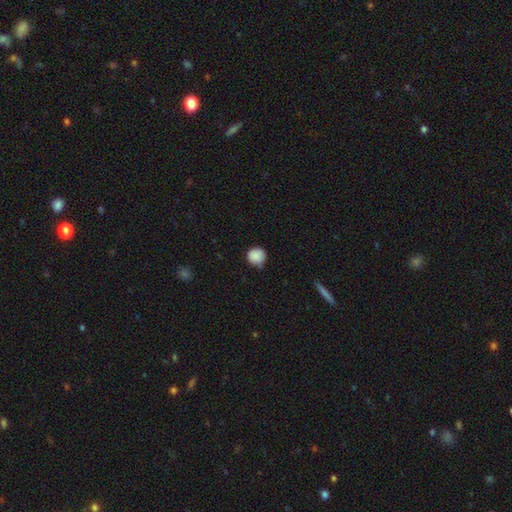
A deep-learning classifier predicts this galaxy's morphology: A smooth galaxy with no disk features (87%) that is round (92%). Merging: none (74%).